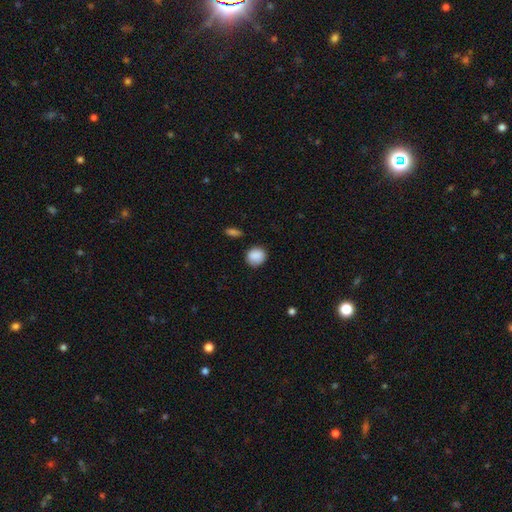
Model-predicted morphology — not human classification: The model was most divided on "how rounded": round: 81%, in between: 17%, cigar-shaped: 1%. More confident: smooth or featured — smooth (89%); merging — none (84%).